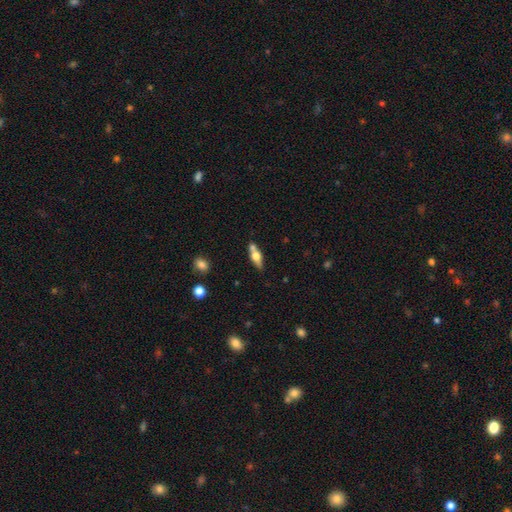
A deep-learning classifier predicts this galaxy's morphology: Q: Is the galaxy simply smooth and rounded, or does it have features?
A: smooth — 52%.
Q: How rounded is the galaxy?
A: in between — 54%.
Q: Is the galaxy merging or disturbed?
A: none — 55%.